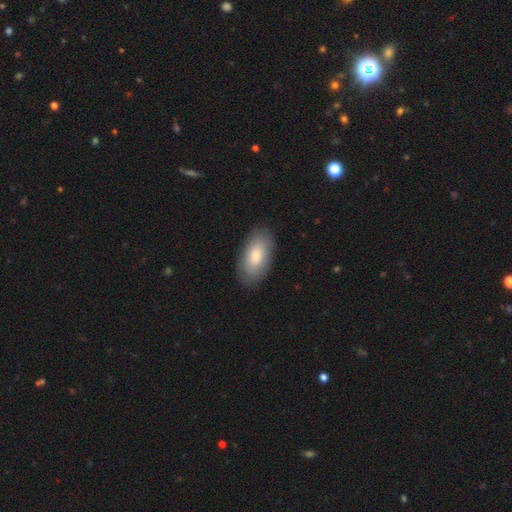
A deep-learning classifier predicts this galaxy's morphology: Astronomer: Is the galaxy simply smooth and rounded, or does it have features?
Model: smooth — 80%.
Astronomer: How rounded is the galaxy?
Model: in between — 94%.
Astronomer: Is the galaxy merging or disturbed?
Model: none — 86%.